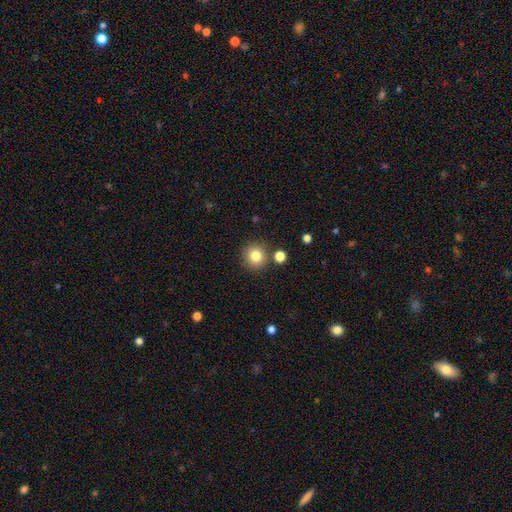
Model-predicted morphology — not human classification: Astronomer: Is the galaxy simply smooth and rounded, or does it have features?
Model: smooth — 82%.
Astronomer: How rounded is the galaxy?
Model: round — 92%.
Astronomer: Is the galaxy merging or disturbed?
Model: none — 85%.